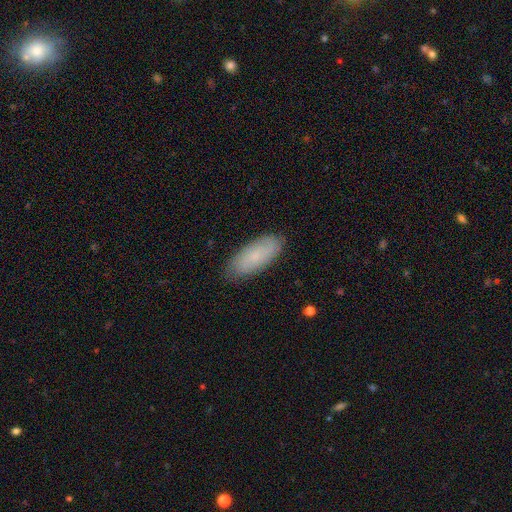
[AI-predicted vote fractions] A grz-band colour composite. It shows a smooth galaxy with no disk features (68%) that is in between round and cigar-shaped (80%). Merging: none (83%).